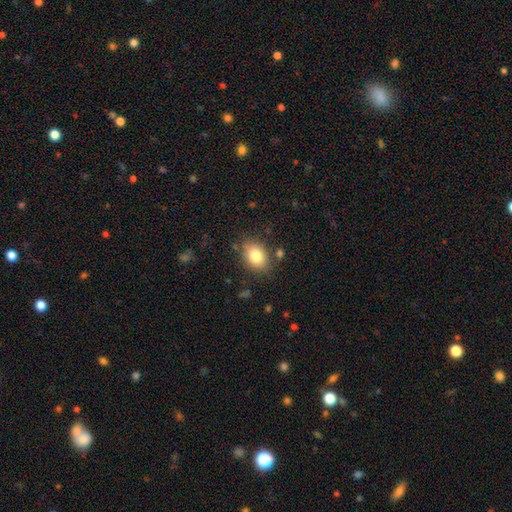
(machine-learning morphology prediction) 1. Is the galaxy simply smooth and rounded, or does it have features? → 81% smooth, 10% featured or disk, 9% star or artifact.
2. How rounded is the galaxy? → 72% in between, 27% round, 1% cigar-shaped.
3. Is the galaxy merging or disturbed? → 80% none, 13% minor disturbance, 4% major disturbance, 3% merger.